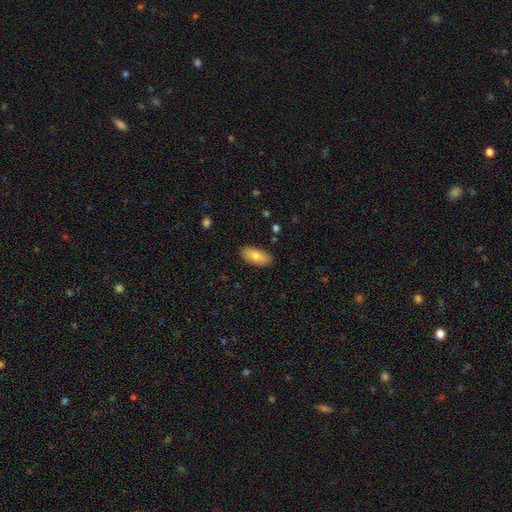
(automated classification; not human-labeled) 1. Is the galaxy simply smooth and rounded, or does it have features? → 76% smooth, 17% featured or disk, 7% star or artifact.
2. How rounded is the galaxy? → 88% in between, 9% cigar-shaped, 3% round.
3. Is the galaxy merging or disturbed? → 88% none, 9% minor disturbance, 2% major disturbance, 1% merger.